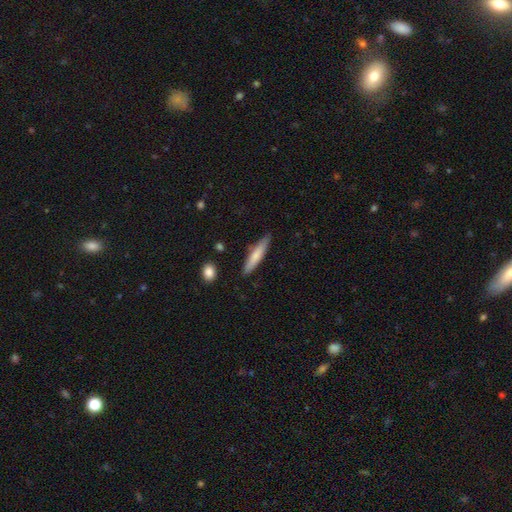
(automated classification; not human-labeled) A smooth galaxy with no disk features (72%) that is cigar-shaped (87%). Merging: none (85%).